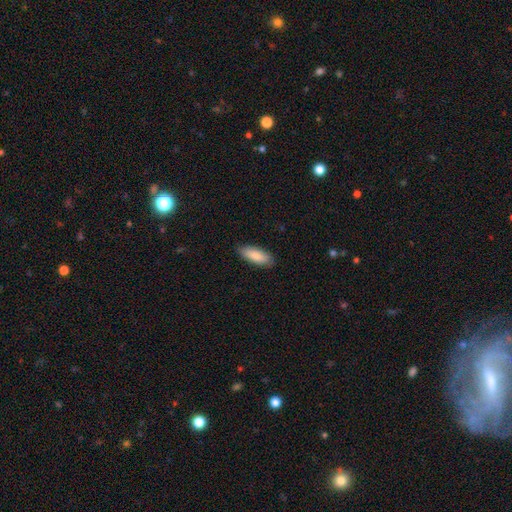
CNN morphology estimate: Smooth or featured? smooth (85%)
How rounded? in between (71%)
Merging? none (88%)